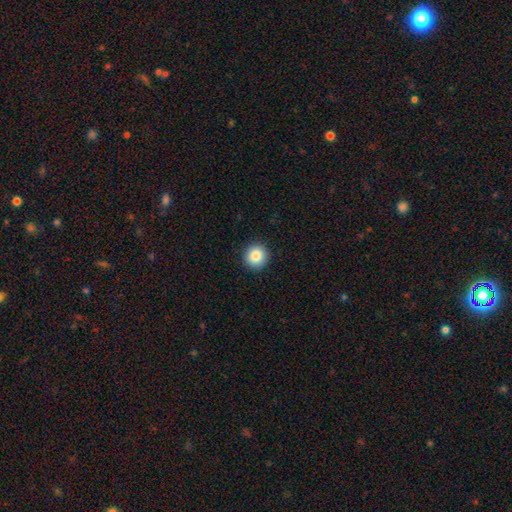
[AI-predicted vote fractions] Smooth or featured? smooth (86%)
How rounded? round (93%)
Merging? none (92%)